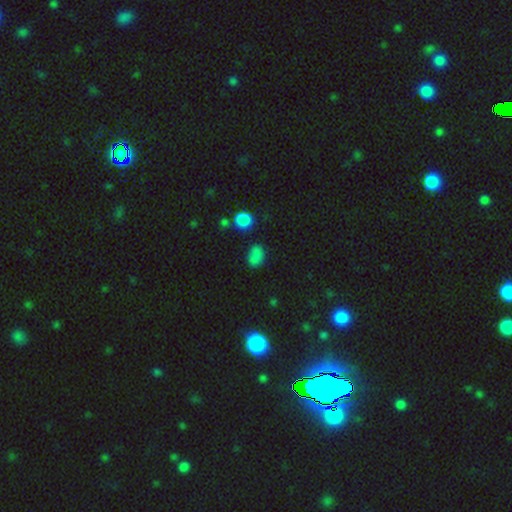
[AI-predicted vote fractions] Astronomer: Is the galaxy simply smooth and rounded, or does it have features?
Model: smooth — 73%.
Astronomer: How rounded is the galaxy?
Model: in between — 73%.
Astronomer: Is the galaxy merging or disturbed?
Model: none — 67%.